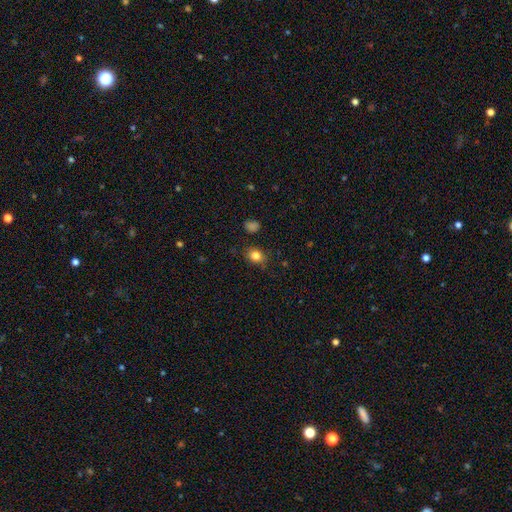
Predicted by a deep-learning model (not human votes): A smooth galaxy with no disk features (82%) that is in between round and cigar-shaped (51%).

Vote fractions:
- Smooth or featured? smooth: 82% / star or artifact: 11% / featured or disk: 7%
- How rounded? in between: 51% / round: 48% / cigar-shaped: 1%
- Merging? none: 82% / minor disturbance: 13% / major disturbance: 3% / merger: 2%